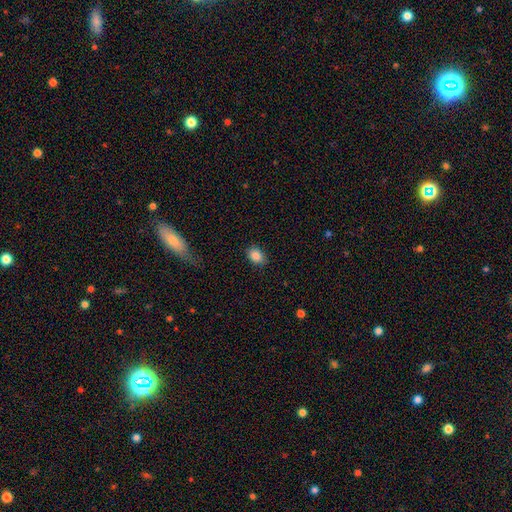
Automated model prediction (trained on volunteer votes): Smooth or featured? smooth (85%)
How rounded? in between (71%)
Merging? none (86%)